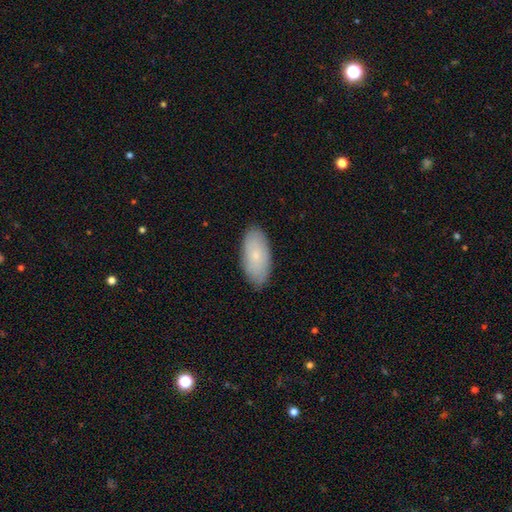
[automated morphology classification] Smooth or featured? Predicted: smooth (p=0.71). How rounded? Predicted: in between (p=0.93). Merging? Predicted: none (p=0.85).